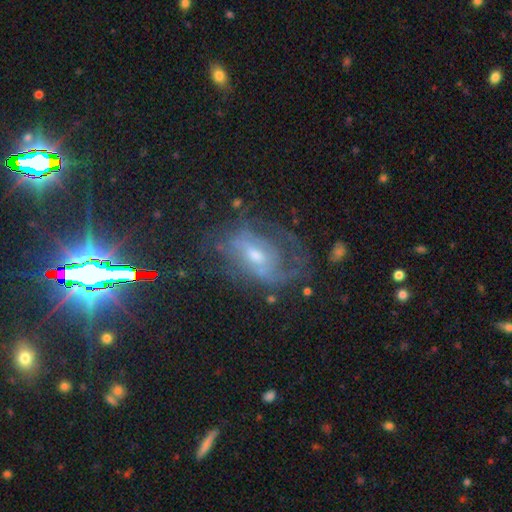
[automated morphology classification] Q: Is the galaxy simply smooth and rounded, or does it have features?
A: featured or disk — 70%.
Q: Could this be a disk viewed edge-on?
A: no — 94%.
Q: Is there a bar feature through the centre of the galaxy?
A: weak — 46%.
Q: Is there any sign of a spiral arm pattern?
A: yes — 75%.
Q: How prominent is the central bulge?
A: moderate — 56%.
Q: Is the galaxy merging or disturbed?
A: none — 51%.